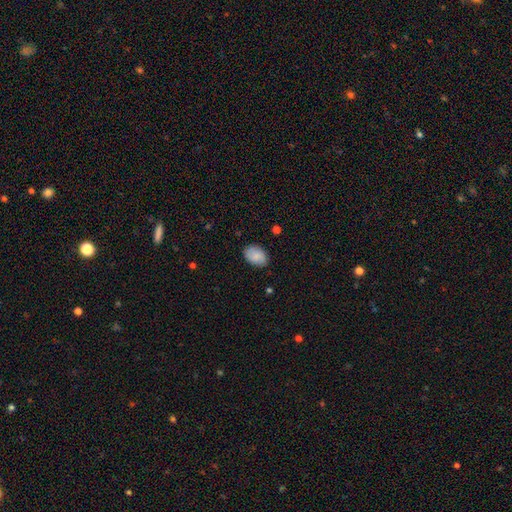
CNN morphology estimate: This appears to be a smooth galaxy with no disk features (86%) that is in between round and cigar-shaped (87%). Merging: none (84%).